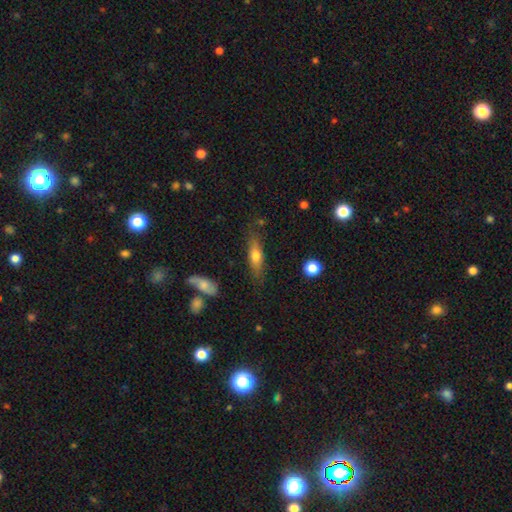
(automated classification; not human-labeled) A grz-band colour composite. It shows a smooth galaxy with no disk features (58%) that is cigar-shaped (56%). Merging: none (77%).